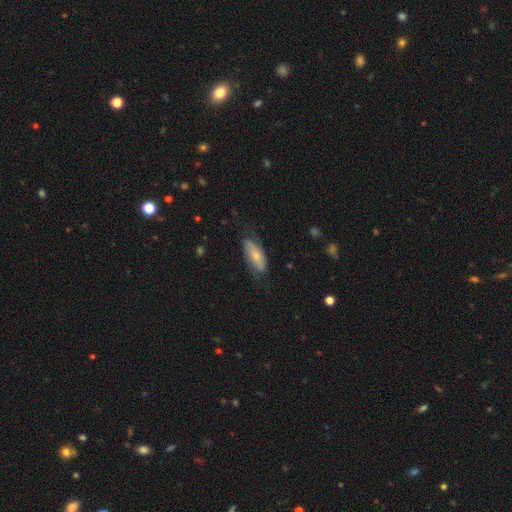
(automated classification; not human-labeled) Overall: smooth (55%; featured or disk 39%). How rounded: in between (82%). Merging: none (60%; minor disturbance 27%).